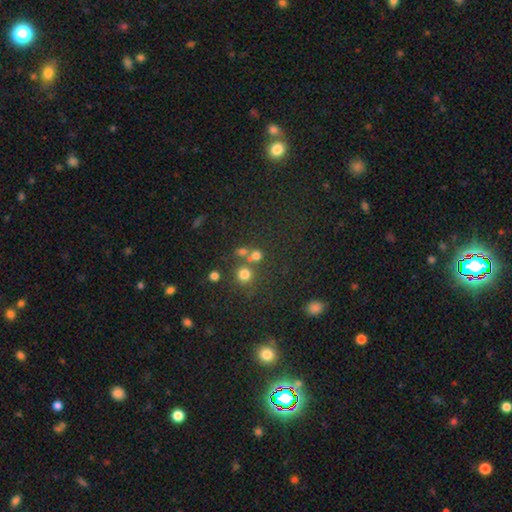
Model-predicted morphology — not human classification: smooth_or_featured: smooth (p=0.68) [alt: star or artifact p=0.22]
how_rounded: round (p=0.87) [alt: in between p=0.12]
merging: none (p=0.57) [alt: merger p=0.31]